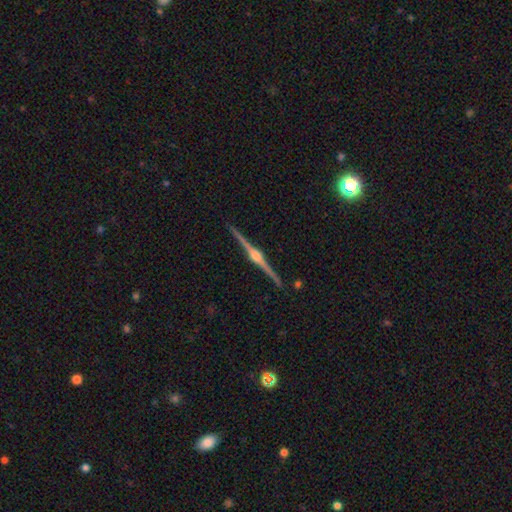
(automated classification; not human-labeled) This is clearly a featured or disk galaxy (91%). It is clearly viewed edge-on (99%). Edge-on bulge: clearly rounded (94%). Merging: clearly none (92%).